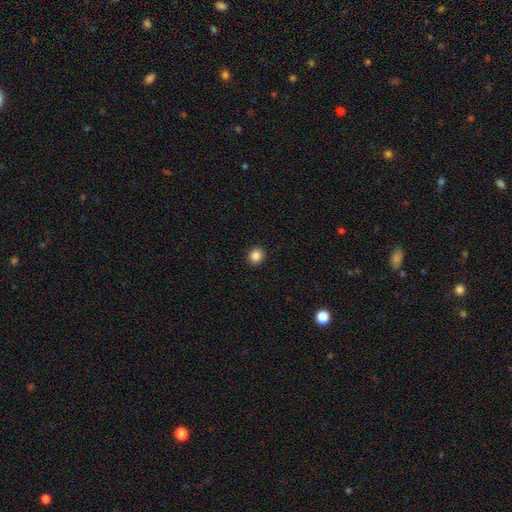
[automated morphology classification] A smooth galaxy with no disk features (86%) that is round (82%). Merging: none (92%).